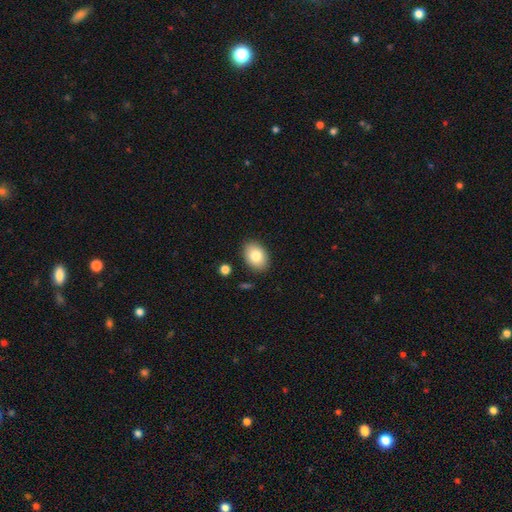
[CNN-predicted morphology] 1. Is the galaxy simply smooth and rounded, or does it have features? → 80% smooth, 12% featured or disk, 8% star or artifact.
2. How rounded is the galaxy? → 77% in between, 21% round, 1% cigar-shaped.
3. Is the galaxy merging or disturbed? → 87% none, 9% minor disturbance, 2% major disturbance, 2% merger.